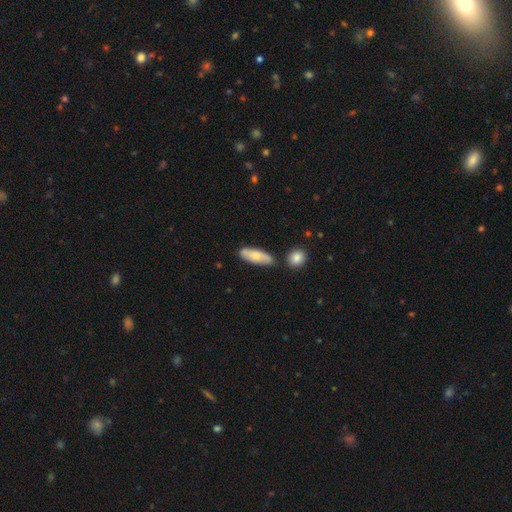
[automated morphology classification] A smooth galaxy with no disk features (70%) that is in between round and cigar-shaped (64%).

Vote fractions:
- Smooth or featured? smooth: 70% / featured or disk: 24% / star or artifact: 6%
- How rounded? in between: 64% / cigar-shaped: 34% / round: 3%
- Merging? none: 71% / minor disturbance: 16% / merger: 10% / major disturbance: 3%